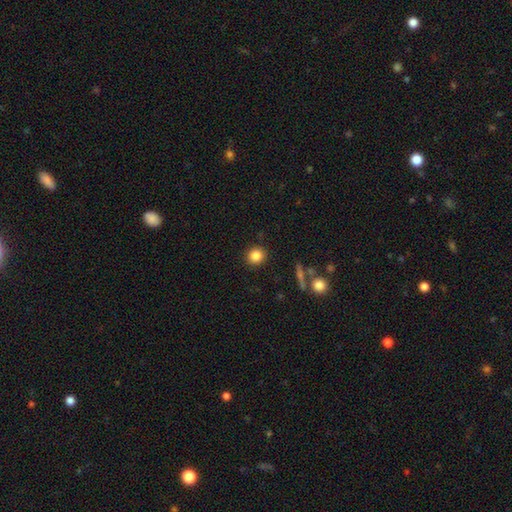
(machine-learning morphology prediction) A smooth galaxy with no disk features (84%) that is round (88%).

Vote fractions:
- Smooth or featured? smooth: 84% / star or artifact: 10% / featured or disk: 6%
- How rounded? round: 88% / in between: 11% / cigar-shaped: 1%
- Merging? none: 90% / minor disturbance: 6% / major disturbance: 2% / merger: 2%